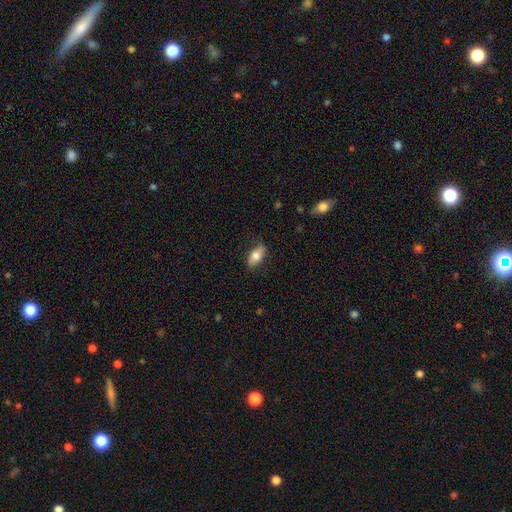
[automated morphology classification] Smooth or featured: smooth — 73% (featured or disk — 21%)
How rounded: in between — 87% (cigar-shaped — 8%)
Merging: none — 81% (minor disturbance — 15%)